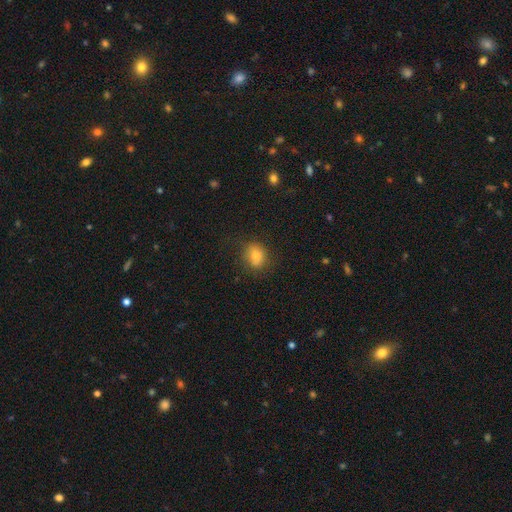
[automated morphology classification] Smooth or featured: smooth — 77% (star or artifact — 12%)
How rounded: round — 57% (in between — 42%)
Merging: none — 77% (minor disturbance — 15%)